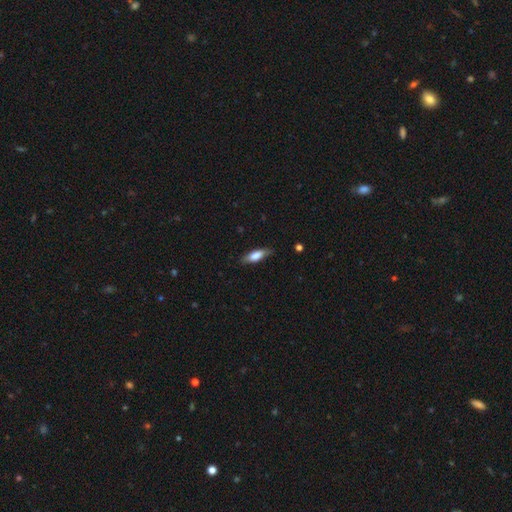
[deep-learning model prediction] Overall: smooth (74%). How rounded: in between (54%; cigar-shaped 44%). Merging: none (79%).